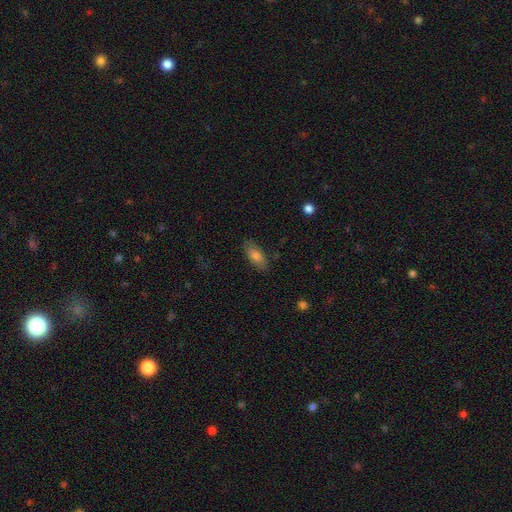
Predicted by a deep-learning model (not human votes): This is likely a smooth galaxy (78%). How rounded: clearly in between (85%). Merging: clearly none (84%).